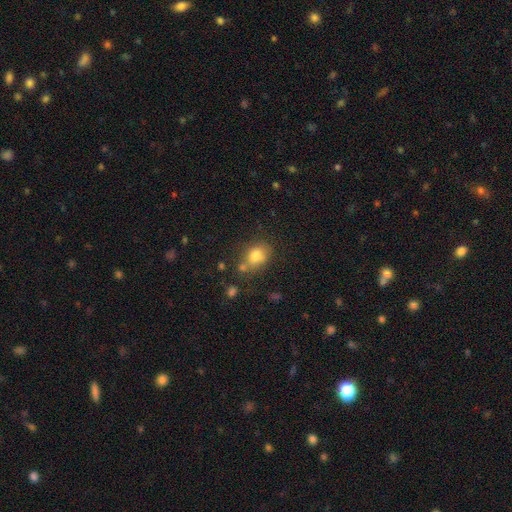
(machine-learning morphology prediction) Smooth or featured? smooth (79%)
How rounded? in between (61%)
Merging? none (57%)